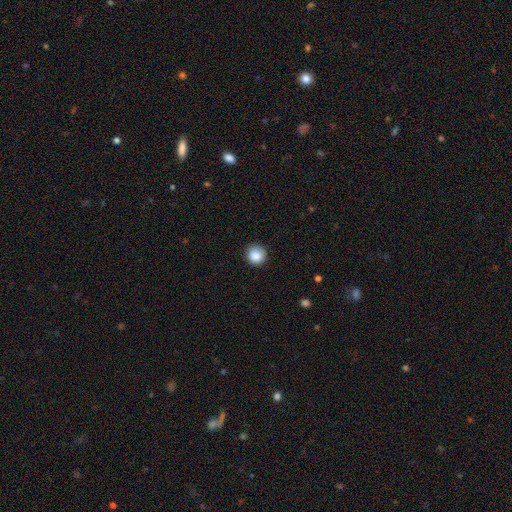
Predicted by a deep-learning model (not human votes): Morphology: type=smooth (88%); roundness=round (95%); merging=none (90%).